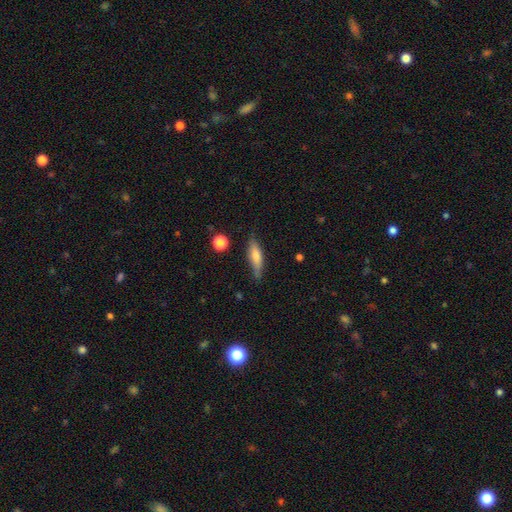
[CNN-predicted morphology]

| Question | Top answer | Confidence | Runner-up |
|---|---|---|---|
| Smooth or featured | smooth | 61% | featured or disk (32%) |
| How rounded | cigar-shaped | 58% | in between (39%) |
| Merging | none | 75% | minor disturbance (19%) |